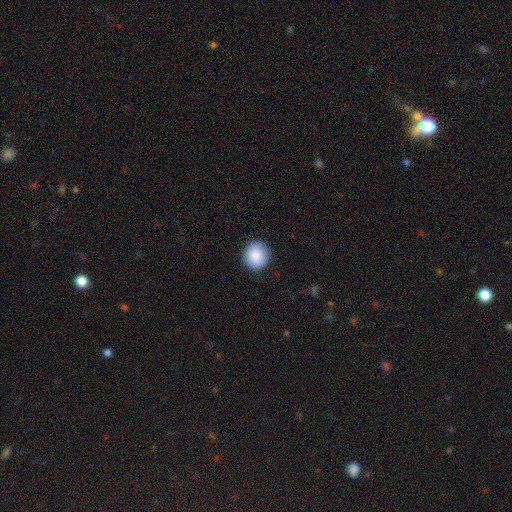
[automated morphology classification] Smooth or featured?
  - smooth: 88% *
  - star or artifact: 8%
  - featured or disk: 5%
How rounded?
  - round: 94% *
  - in between: 5%
  - cigar-shaped: 1%
Merging?
  - none: 91% *
  - minor disturbance: 7%
  - major disturbance: 2%
  - merger: 1%